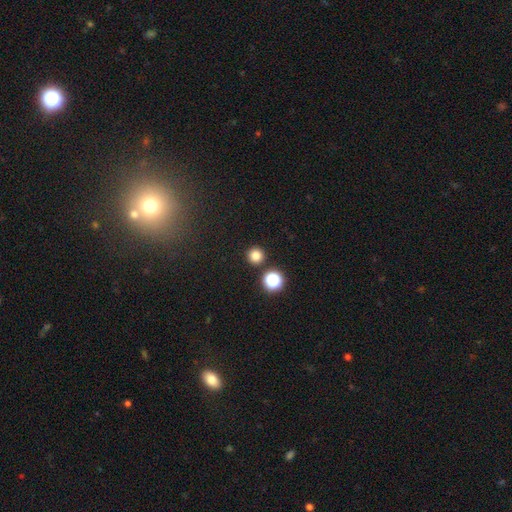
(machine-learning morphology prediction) This appears to be a smooth galaxy with no disk features (80%) that is round (96%). Merging: none (90%).